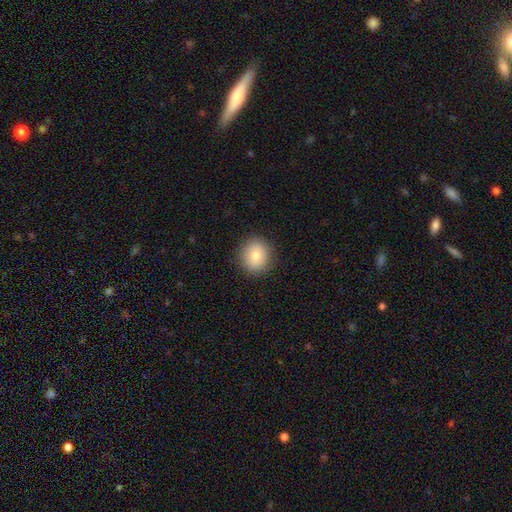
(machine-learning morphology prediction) A smooth galaxy with no disk features (82%) that is round (79%).

Vote fractions:
- Smooth or featured? smooth: 82% / featured or disk: 9% / star or artifact: 8%
- How rounded? round: 79% / in between: 20% / cigar-shaped: 1%
- Merging? none: 89% / minor disturbance: 8% / major disturbance: 2% / merger: 1%